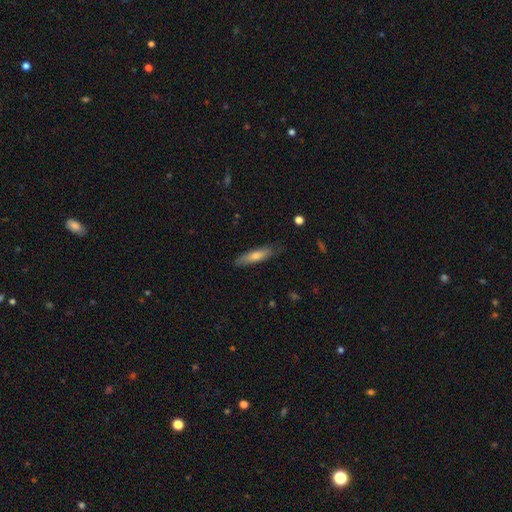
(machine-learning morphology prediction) Smooth or featured: smooth — 63% (featured or disk — 30%)
How rounded: cigar-shaped — 78% (in between — 20%)
Merging: none — 82% (minor disturbance — 15%)